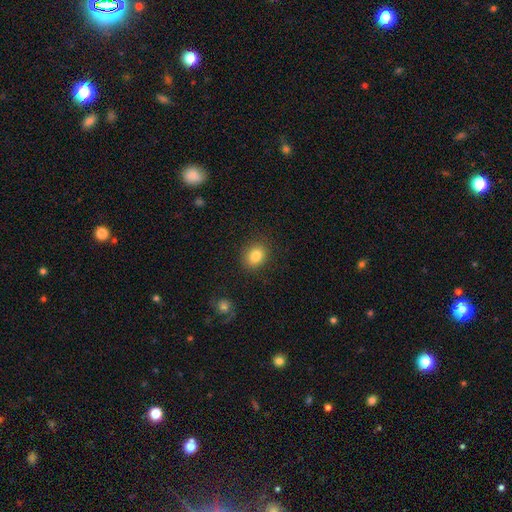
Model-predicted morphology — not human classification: Overall: smooth (83%). How rounded: round (58%; in between 41%). Merging: none (86%).